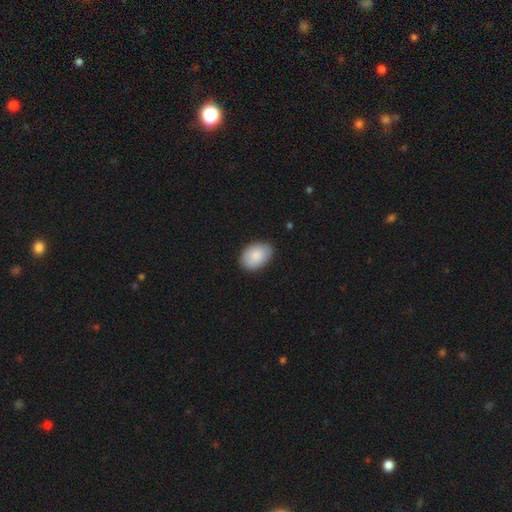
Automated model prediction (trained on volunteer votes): smooth_or_featured: smooth (p=0.87) [alt: featured or disk p=0.07]
how_rounded: in between (p=0.86) [alt: round p=0.13]
merging: none (p=0.85) [alt: minor disturbance p=0.12]